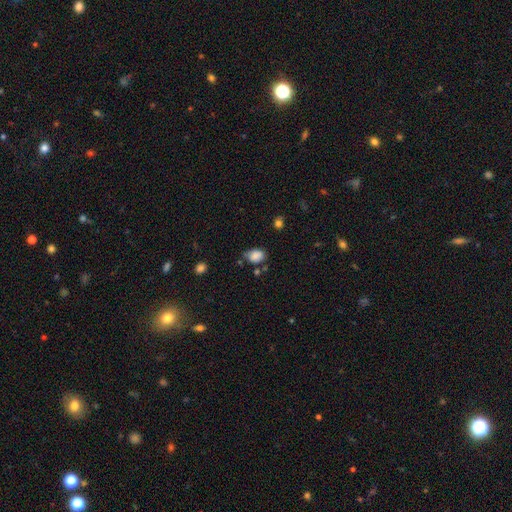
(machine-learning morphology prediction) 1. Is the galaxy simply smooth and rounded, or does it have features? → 83% smooth, 9% star or artifact, 7% featured or disk.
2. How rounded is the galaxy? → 76% in between, 23% round, 1% cigar-shaped.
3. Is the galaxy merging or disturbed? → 57% none, 29% minor disturbance, 8% major disturbance, 7% merger.